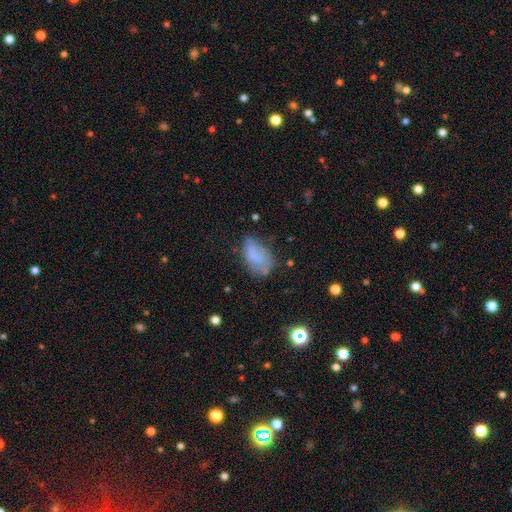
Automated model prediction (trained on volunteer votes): smooth 64%, featured or disk 25%, star or artifact 11%. Down the decision tree: how rounded — in between (88%); merging — none (43%).